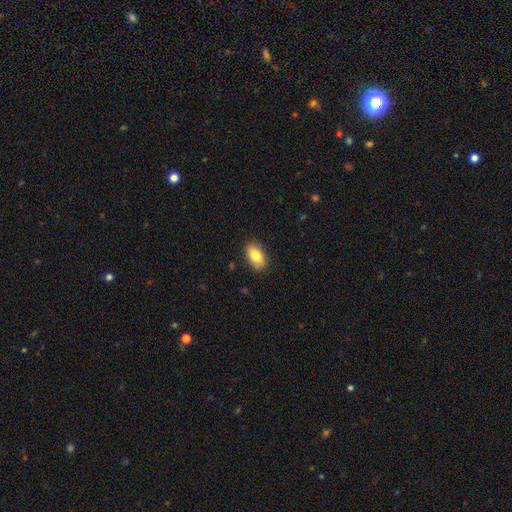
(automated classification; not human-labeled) smooth 82%, featured or disk 11%, star or artifact 7%. Down the decision tree: how rounded — in between (92%); merging — none (85%).